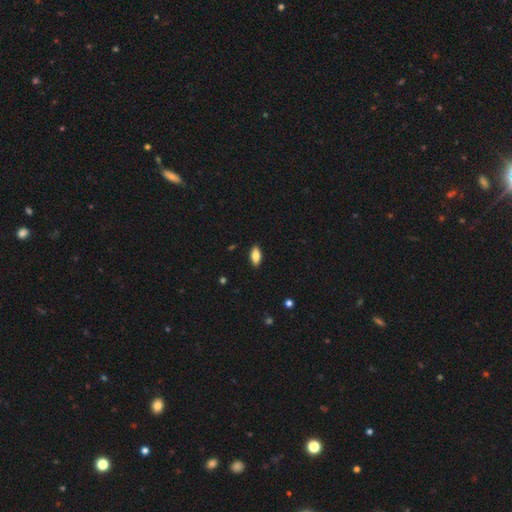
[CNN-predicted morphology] Overall: smooth (80%). How rounded: in between (87%). Merging: none (90%).